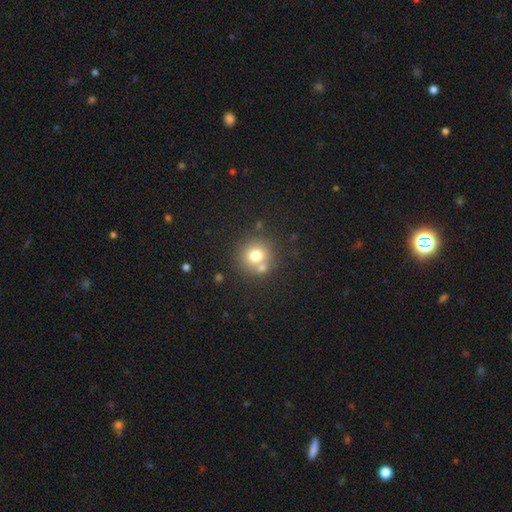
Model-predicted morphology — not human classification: smooth_or_featured: smooth (p=0.74) [alt: featured or disk p=0.13]
how_rounded: round (p=0.89) [alt: in between p=0.10]
merging: none (p=0.64) [alt: merger p=0.24]